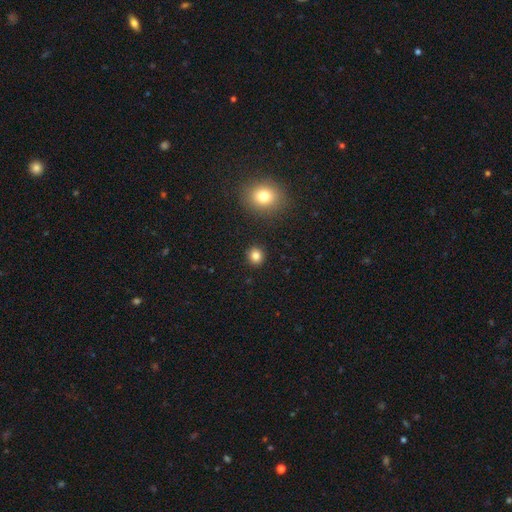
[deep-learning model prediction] A smooth galaxy with no disk features (83%) that is round (87%).

Vote fractions:
- Smooth or featured? smooth: 83% / star or artifact: 12% / featured or disk: 5%
- How rounded? round: 87% / in between: 12% / cigar-shaped: 1%
- Merging? none: 92% / minor disturbance: 5% / major disturbance: 2% / merger: 2%